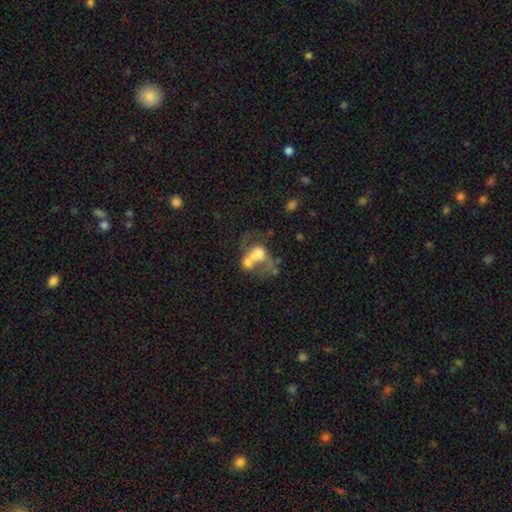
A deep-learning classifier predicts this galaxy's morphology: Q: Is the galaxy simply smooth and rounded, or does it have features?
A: smooth — 46%.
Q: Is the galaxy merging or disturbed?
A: merger — 58%.